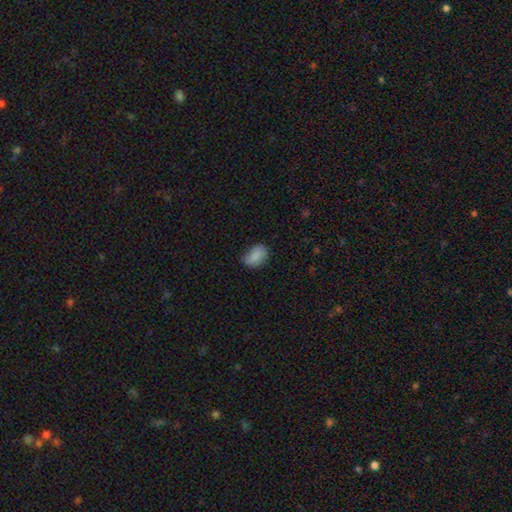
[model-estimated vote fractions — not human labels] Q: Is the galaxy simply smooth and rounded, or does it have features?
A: smooth — 85%.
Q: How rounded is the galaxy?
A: in between — 85%.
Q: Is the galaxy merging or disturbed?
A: none — 75%.